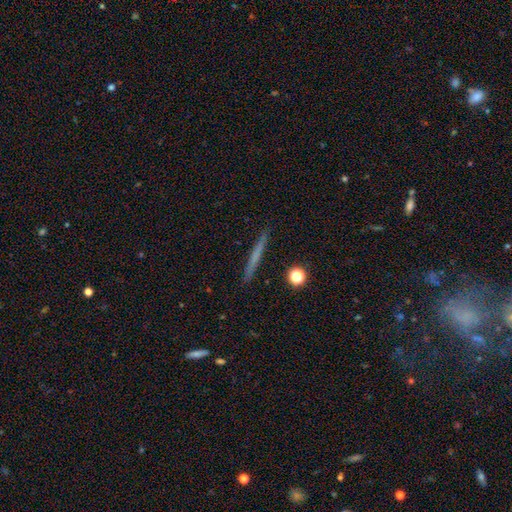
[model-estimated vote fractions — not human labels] This is possibly a smooth galaxy (51%). How rounded: clearly cigar-shaped (96%). Merging: clearly none (91%).